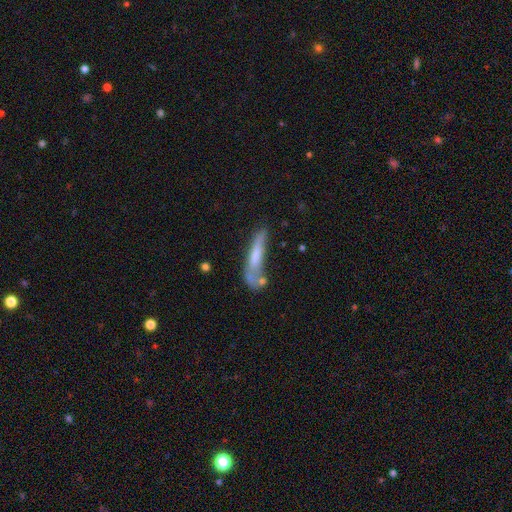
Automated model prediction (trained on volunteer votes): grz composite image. It shows a smooth galaxy with no disk features (58%) that is cigar-shaped (84%). Merging: none (41%).